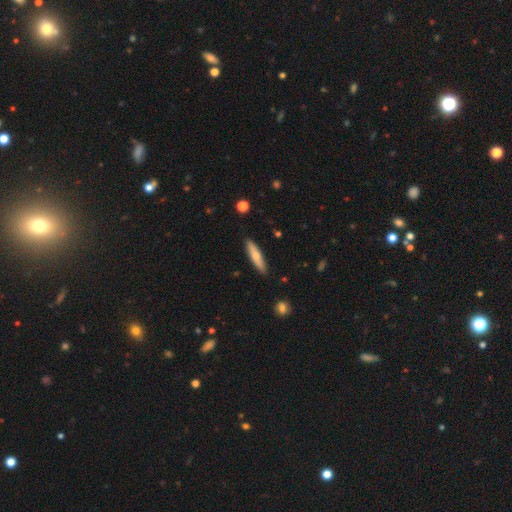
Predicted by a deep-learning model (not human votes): Smooth or featured?
  - smooth: 66% *
  - featured or disk: 28%
  - star or artifact: 6%
How rounded?
  - cigar-shaped: 84% *
  - in between: 14%
  - round: 2%
Merging?
  - none: 88% *
  - minor disturbance: 9%
  - major disturbance: 2%
  - merger: 1%